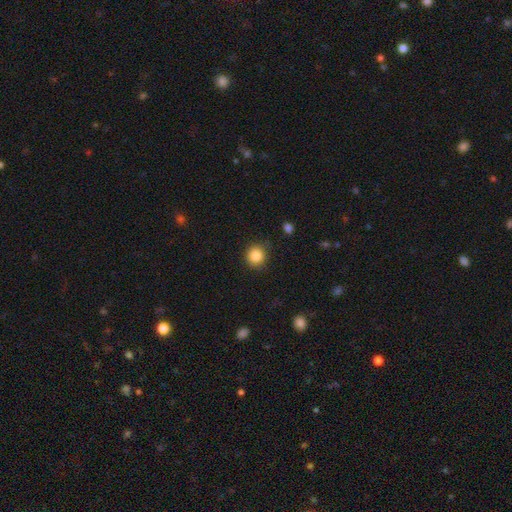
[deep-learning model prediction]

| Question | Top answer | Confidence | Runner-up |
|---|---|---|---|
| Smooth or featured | smooth | 86% | star or artifact (10%) |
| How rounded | round | 91% | in between (8%) |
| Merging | none | 85% | minor disturbance (11%) |